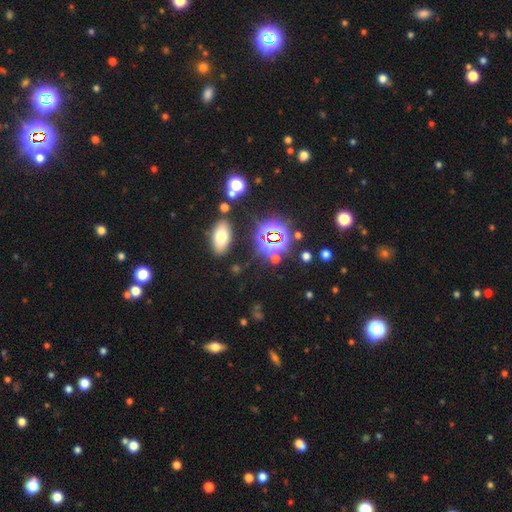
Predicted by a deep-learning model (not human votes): Smooth or featured: star or artifact — 58% (smooth — 30%)